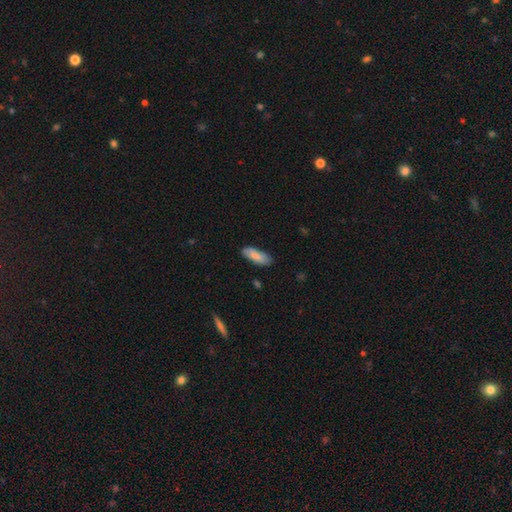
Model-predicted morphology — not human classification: smooth-or-featured: smooth: 81% | featured or disk: 13% | star or artifact: 6%
  how-rounded: in between: 70% | cigar-shaped: 29% | round: 2%
  merging: none: 79% | minor disturbance: 17% | major disturbance: 3% | merger: 2%